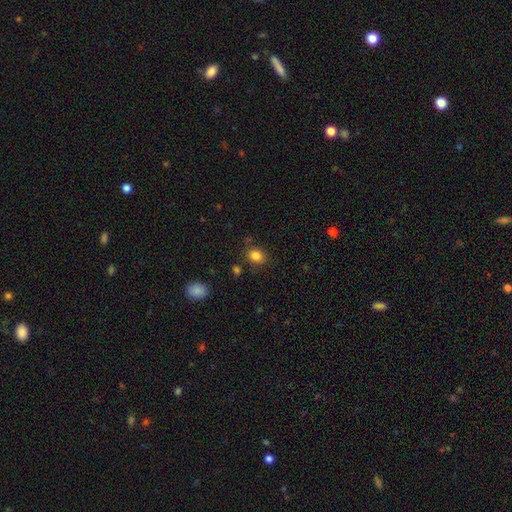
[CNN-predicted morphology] A smooth galaxy with no disk features (84%) that is in between round and cigar-shaped (51%).

Vote fractions:
- Smooth or featured? smooth: 84% / star or artifact: 11% / featured or disk: 5%
- How rounded? in between: 51% / round: 48% / cigar-shaped: 1%
- Merging? none: 76% / minor disturbance: 15% / major disturbance: 5% / merger: 4%